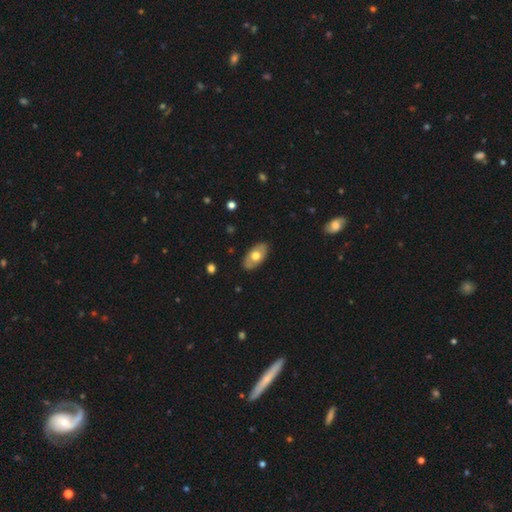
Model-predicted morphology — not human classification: This appears to be a smooth galaxy with no disk features (60%) that is in between round and cigar-shaped (92%). Merging: none (86%).